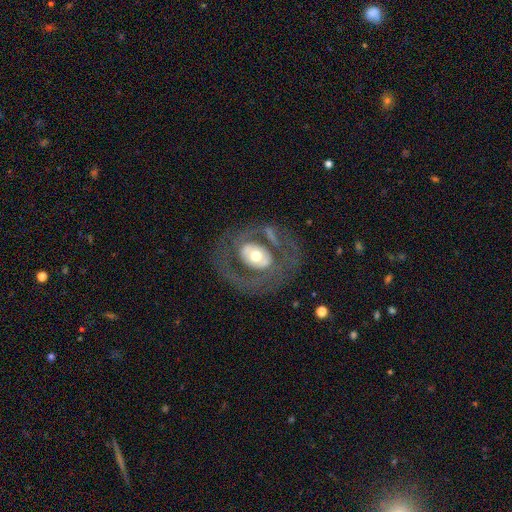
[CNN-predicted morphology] A featured or disk galaxy (71%) with no bar (61%), spiral arms (53%) and a moderate central bulge (62%).

Vote fractions:
- Smooth or featured? featured or disk: 71% / smooth: 22% / star or artifact: 6%
- Edge-on disk? no: 94% / yes: 6%
- Bar? no: 61% / weak: 23% / strong: 17%
- Spiral arms? yes: 53% / no: 47%
- Bulge size? moderate: 62% / large: 18% / small: 16% / dominant: 2% / none: 1%
- Merging? none: 64% / major disturbance: 19% / minor disturbance: 14% / merger: 3%